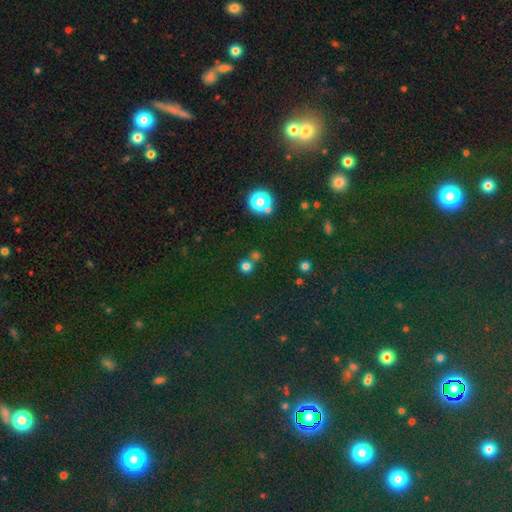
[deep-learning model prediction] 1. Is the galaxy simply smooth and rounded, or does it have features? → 56% smooth, 36% star or artifact, 7% featured or disk.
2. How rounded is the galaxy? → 88% round, 11% in between, 1% cigar-shaped.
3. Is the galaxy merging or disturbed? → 67% none, 20% merger, 8% minor disturbance, 4% major disturbance.